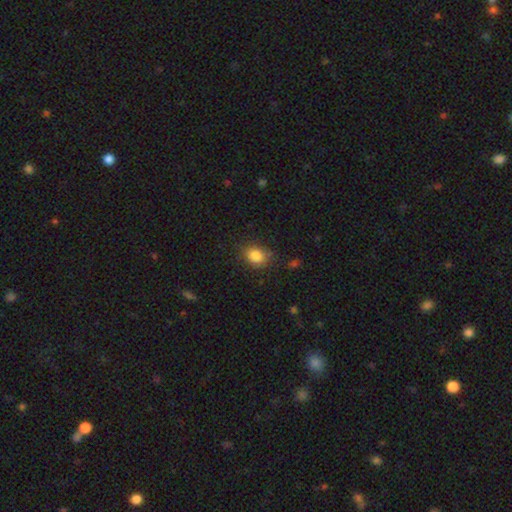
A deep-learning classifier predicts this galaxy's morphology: Q: Smooth or featured?
A: smooth (84%); runner-up: star or artifact (10%)
Q: How rounded?
A: round (53%); runner-up: in between (46%)
Q: Merging?
A: none (77%); runner-up: minor disturbance (17%)